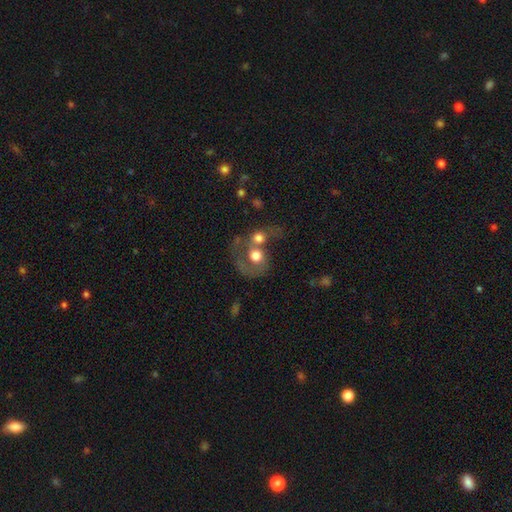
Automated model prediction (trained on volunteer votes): The model was most divided on "smooth or featured": featured or disk: 47%, smooth: 44%, star or artifact: 9%. More confident: merging — merger (64%).